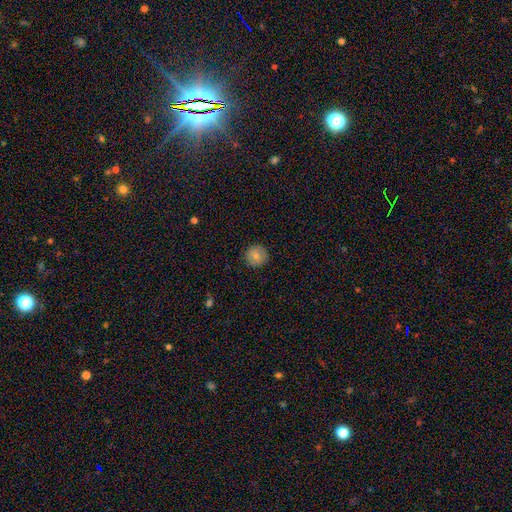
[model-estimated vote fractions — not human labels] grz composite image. It shows a smooth galaxy with no disk features (82%) that is round (93%). Merging: none (91%).